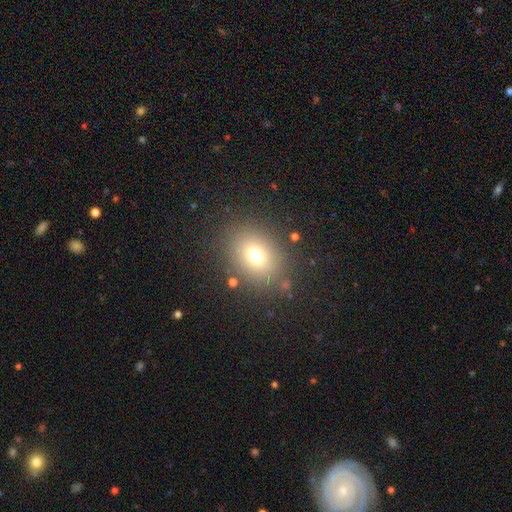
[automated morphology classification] Overall: smooth (70%). How rounded: round (56%; in between 43%). Merging: none (83%).